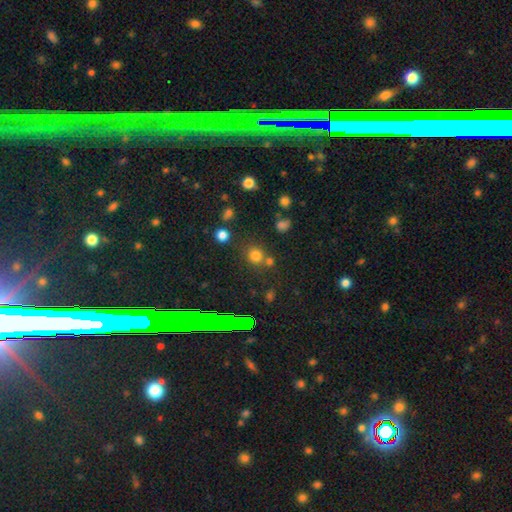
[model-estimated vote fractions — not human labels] Smooth or featured: smooth — 73% (star or artifact — 20%)
How rounded: round — 87% (in between — 12%)
Merging: none — 71% (merger — 16%)